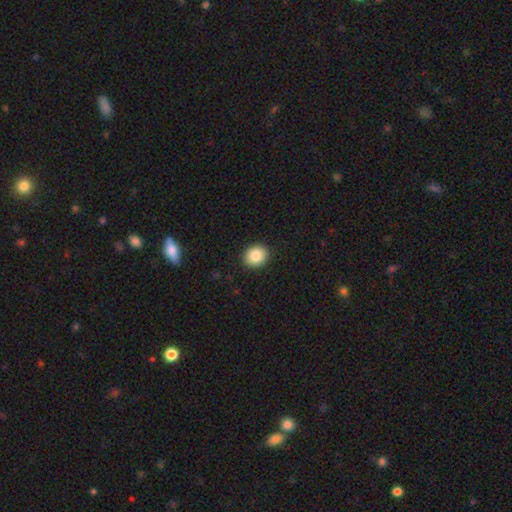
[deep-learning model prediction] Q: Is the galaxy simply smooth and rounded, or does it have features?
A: smooth — 87%.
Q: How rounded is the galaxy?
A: round — 67%.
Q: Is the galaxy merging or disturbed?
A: none — 91%.